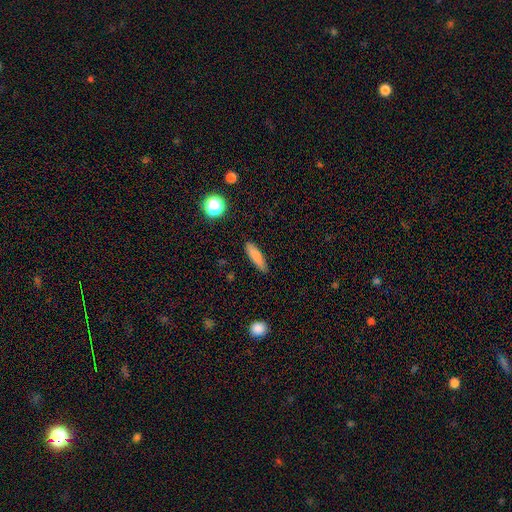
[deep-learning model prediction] A smooth galaxy with no disk features (79%) that is cigar-shaped (65%). Merging: none (81%).